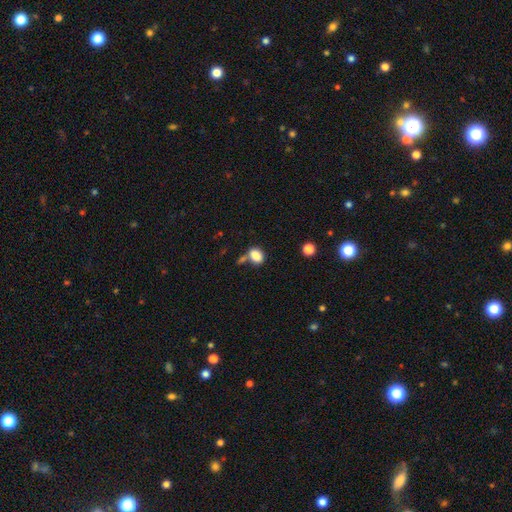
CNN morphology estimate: Smooth or featured: smooth — 85% (star or artifact — 10%)
How rounded: in between — 72% (round — 26%)
Merging: none — 54% (merger — 23%)